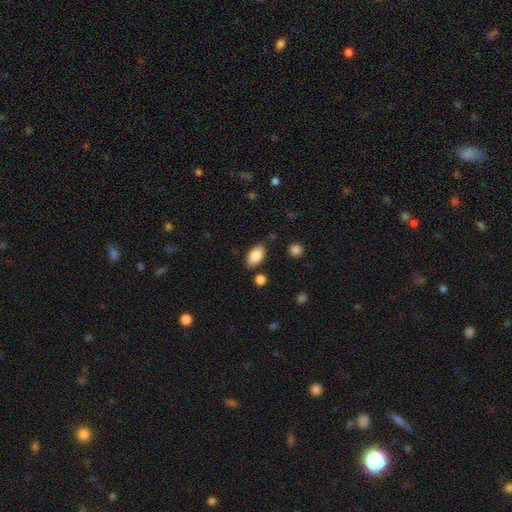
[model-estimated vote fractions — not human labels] This appears to be a smooth galaxy with no disk features (86%) that is in between round and cigar-shaped (93%). Merging: none (81%).